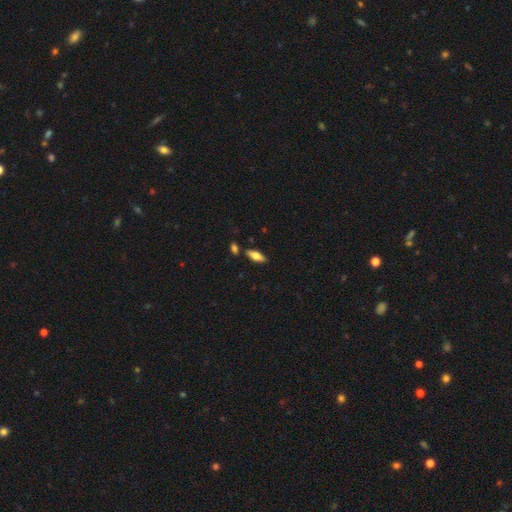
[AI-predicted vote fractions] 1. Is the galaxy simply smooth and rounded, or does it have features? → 69% smooth, 24% featured or disk, 7% star or artifact.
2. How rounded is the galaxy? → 77% in between, 21% cigar-shaped, 2% round.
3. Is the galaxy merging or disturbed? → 81% none, 11% minor disturbance, 6% merger, 2% major disturbance.